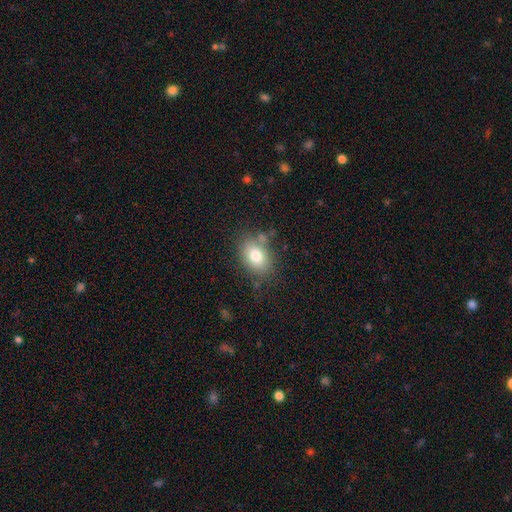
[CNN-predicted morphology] A smooth galaxy with no disk features (78%) that is in between round and cigar-shaped (77%).

Vote fractions:
- Smooth or featured? smooth: 78% / featured or disk: 12% / star or artifact: 9%
- How rounded? in between: 77% / round: 22% / cigar-shaped: 1%
- Merging? none: 72% / minor disturbance: 16% / merger: 6% / major disturbance: 5%